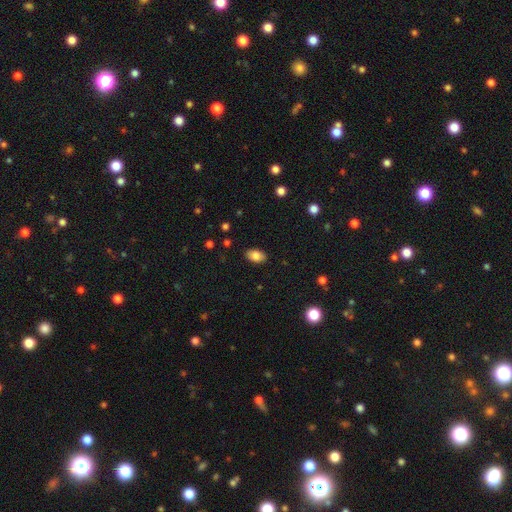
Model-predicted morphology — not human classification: The model was most divided on "smooth or featured": smooth: 84%, featured or disk: 8%, star or artifact: 8%. More confident: how rounded — in between (90%); merging — none (87%).